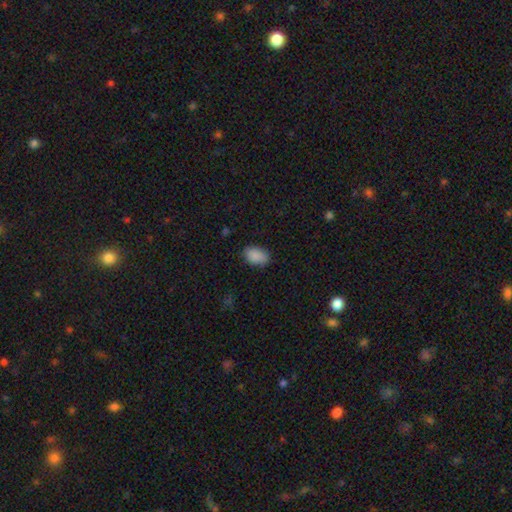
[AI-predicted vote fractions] smooth 88%, star or artifact 8%, featured or disk 4%. Down the decision tree: how rounded — in between (88%); merging — none (83%).